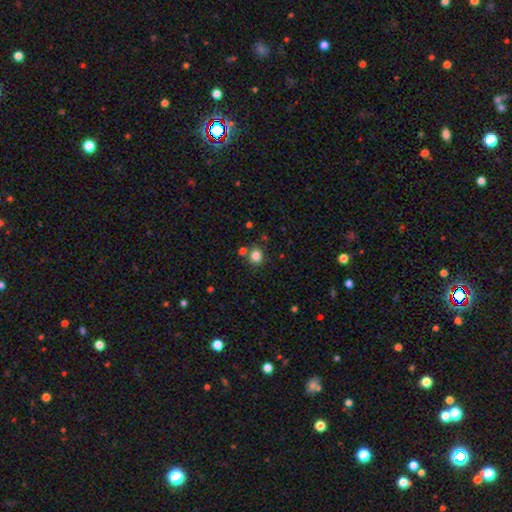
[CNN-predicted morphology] A smooth galaxy with no disk features (83%) that is round (81%). Merging: none (80%).